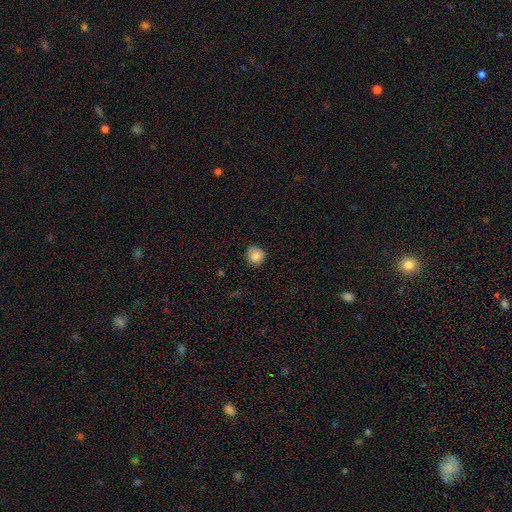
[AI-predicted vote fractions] The model was most divided on "merging": none: 83%, minor disturbance: 14%, major disturbance: 2%, merger: 1%. More confident: how rounded — round (91%); smooth or featured — smooth (86%).